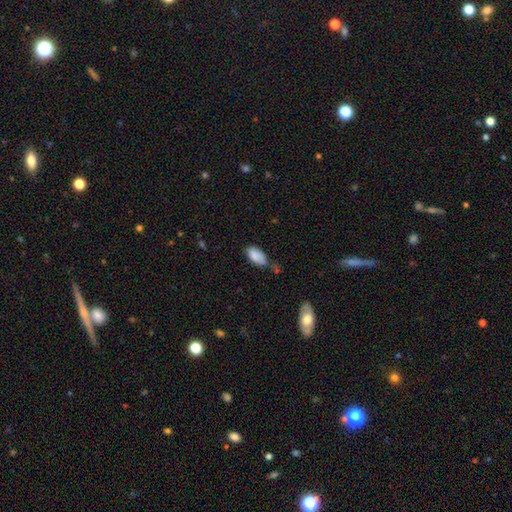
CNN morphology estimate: Smooth or featured? Predicted: smooth (p=0.86). How rounded? Predicted: in between (p=0.94). Merging? Predicted: none (p=0.52).